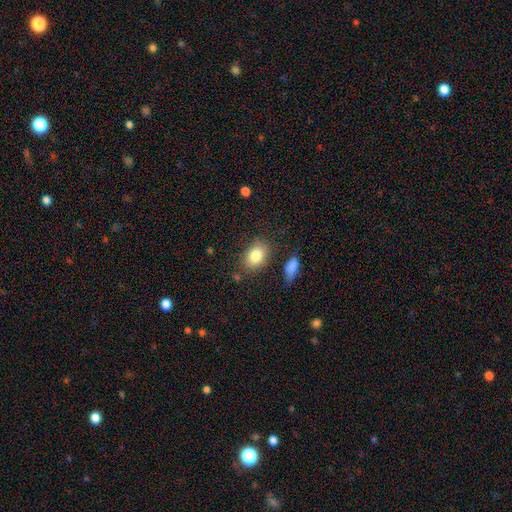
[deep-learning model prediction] This is clearly a smooth galaxy (83%). How rounded: likely in between (75%). Merging: likely none (76%).